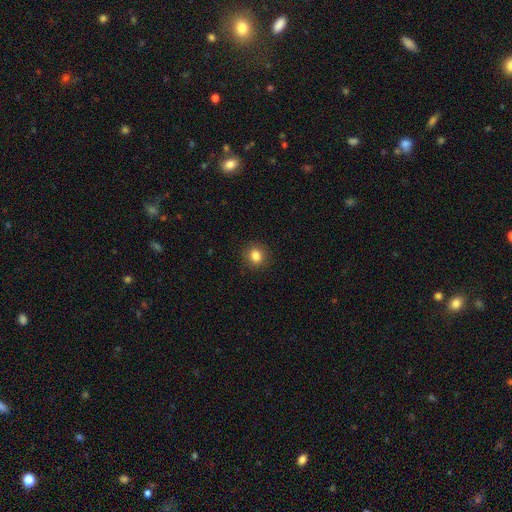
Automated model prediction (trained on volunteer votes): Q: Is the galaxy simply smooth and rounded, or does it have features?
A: smooth — 84%.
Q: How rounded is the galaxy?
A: round — 80%.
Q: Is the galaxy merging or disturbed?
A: none — 90%.